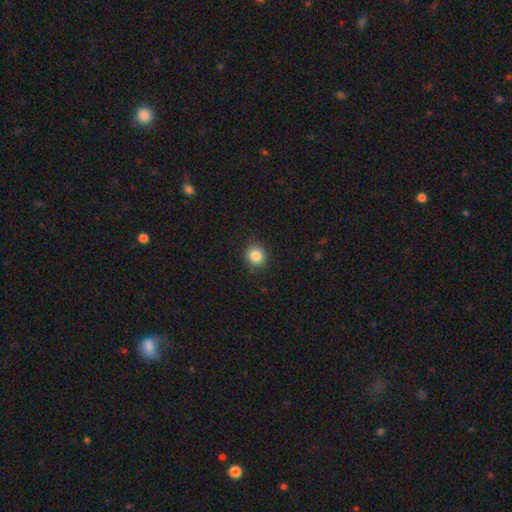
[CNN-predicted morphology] A smooth galaxy with no disk features (85%) that is round (83%).

Vote fractions:
- Smooth or featured? smooth: 85% / star or artifact: 10% / featured or disk: 5%
- How rounded? round: 83% / in between: 16% / cigar-shaped: 1%
- Merging? none: 89% / minor disturbance: 8% / major disturbance: 2% / merger: 1%